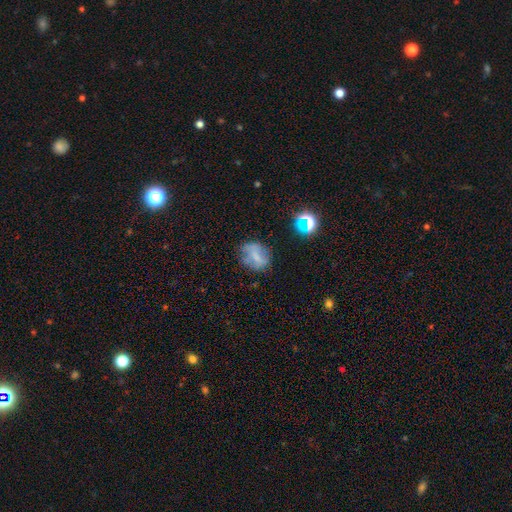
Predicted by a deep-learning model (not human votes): The model was most divided on "smooth or featured": smooth: 48%, featured or disk: 34%, star or artifact: 18%. More confident: merging — none (59%).